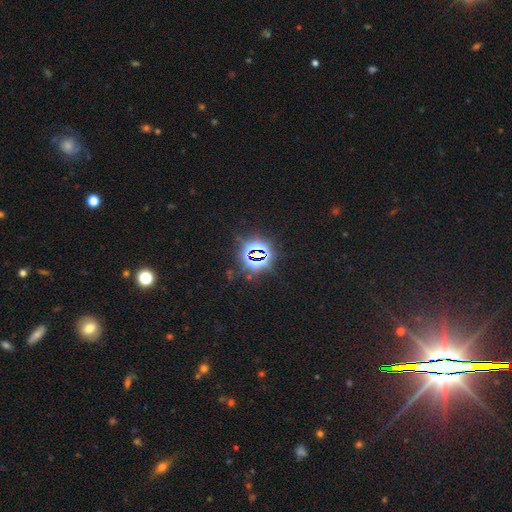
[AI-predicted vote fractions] Q: Smooth or featured?
A: star or artifact (81%); runner-up: smooth (11%)